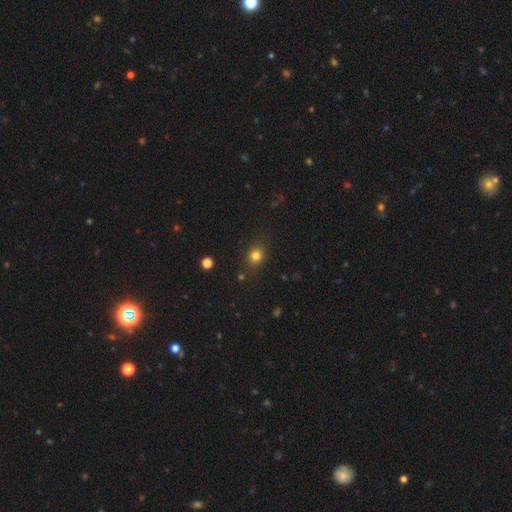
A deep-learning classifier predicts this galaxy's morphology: This appears to be a smooth galaxy with no disk features (80%) that is round (69%). Merging: none (82%).